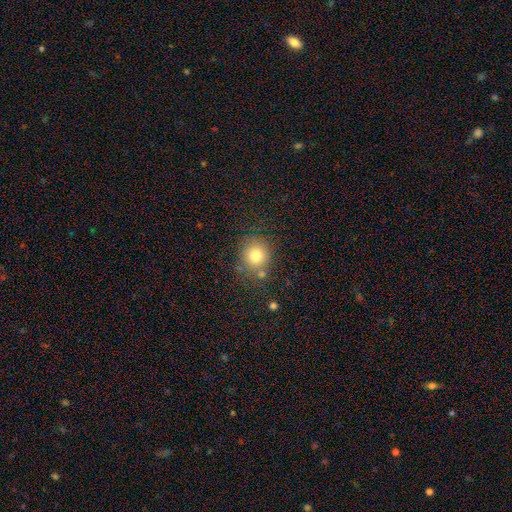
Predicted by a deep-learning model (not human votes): A smooth galaxy with no disk features (79%) that is round (82%). Merging: none (71%).